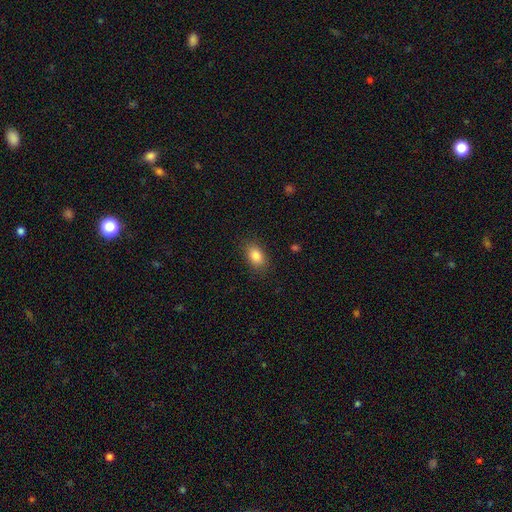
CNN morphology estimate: This is clearly a smooth galaxy (85%). How rounded: clearly in between (85%). Merging: clearly none (85%).